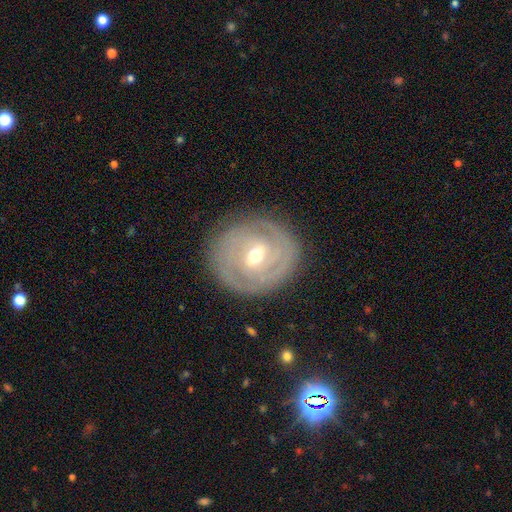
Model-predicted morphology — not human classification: A featured or disk galaxy (82%) with a weak bar (53%), tight (79%) spiral arms (88%) and a moderate central bulge (60%).

Vote fractions:
- Smooth or featured? featured or disk: 82% / smooth: 12% / star or artifact: 6%
- Edge-on disk? no: 96% / yes: 4%
- Bar? weak: 53% / strong: 25% / no: 22%
- Spiral arms? yes: 88% / no: 12%
- Spiral winding? tight: 79% / medium: 16% / loose: 5%
- Spiral arm count? can't tell: 34% / 2: 31% / 3: 17% / 4: 7% / 1: 5% / more than 4: 5%
- Bulge size? moderate: 60% / small: 36% / large: 2% / dominant: 1% / none: 1%
- Merging? none: 84% / minor disturbance: 11% / major disturbance: 4% / merger: 1%